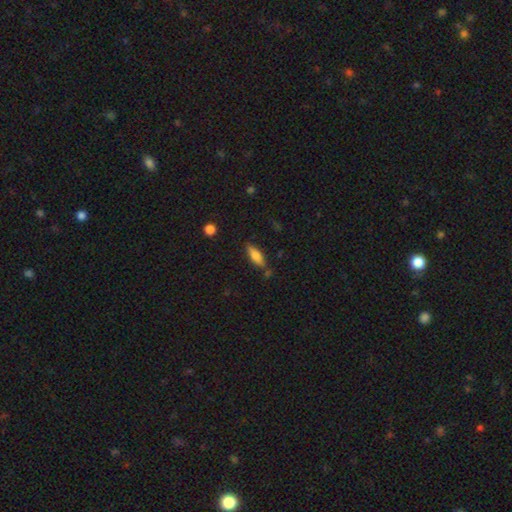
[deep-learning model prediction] Q: Smooth or featured?
A: smooth (72%); runner-up: featured or disk (21%)
Q: How rounded?
A: in between (57%); runner-up: cigar-shaped (41%)
Q: Merging?
A: none (75%); runner-up: minor disturbance (16%)